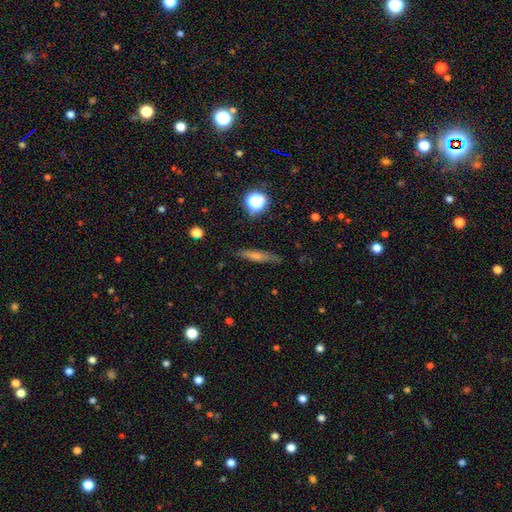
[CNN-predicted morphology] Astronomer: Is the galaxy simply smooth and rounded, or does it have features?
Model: smooth — 47% (runner-up: featured or disk, 42%).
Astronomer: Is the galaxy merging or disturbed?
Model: none — 85%.